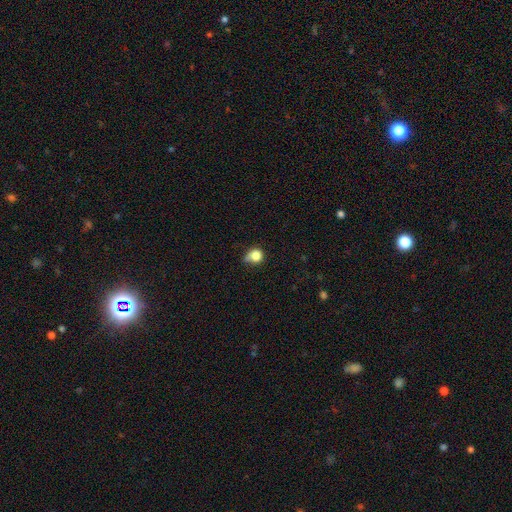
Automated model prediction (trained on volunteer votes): Smooth or featured? Predicted: smooth (p=0.81). How rounded? Predicted: round (p=0.77). Merging? Predicted: none (p=0.42).